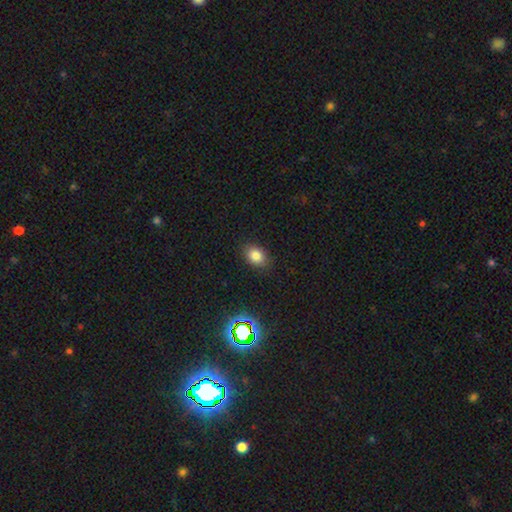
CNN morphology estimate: This appears to be a smooth galaxy with no disk features (80%) that is in between round and cigar-shaped (67%). Merging: none (86%).